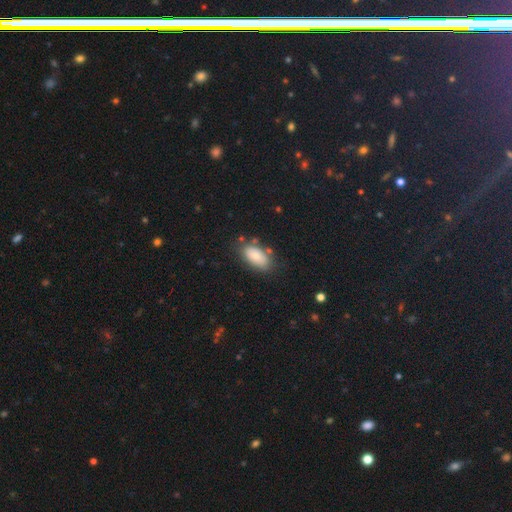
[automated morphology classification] This appears to be a smooth galaxy with no disk features (81%) that is in between round and cigar-shaped (93%). Merging: none (70%).